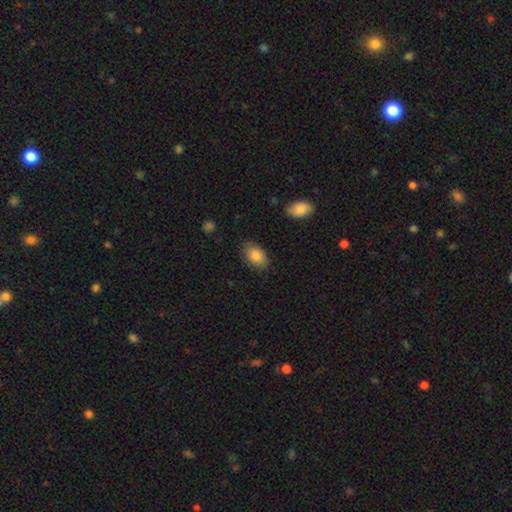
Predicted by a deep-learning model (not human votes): smooth_or_featured: smooth (p=0.85) [alt: featured or disk p=0.08]
how_rounded: in between (p=0.89) [alt: round p=0.10]
merging: none (p=0.79) [alt: minor disturbance p=0.16]